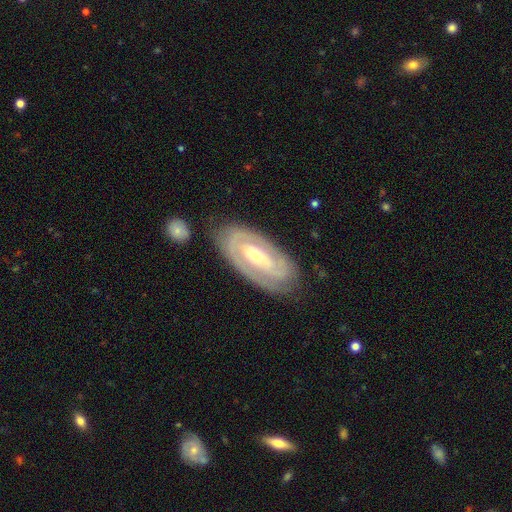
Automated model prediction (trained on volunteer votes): A featured or disk galaxy (83%) with a weak bar (37%), 2 (57%) tight (70%) spiral arms (88%) and a moderate central bulge (56%).

Vote fractions:
- Smooth or featured? featured or disk: 83% / smooth: 12% / star or artifact: 5%
- Edge-on disk? no: 93% / yes: 7%
- Bar? weak: 37% / no: 35% / strong: 28%
- Spiral arms? yes: 88% / no: 12%
- Spiral winding? tight: 70% / medium: 23% / loose: 6%
- Spiral arm count? 2: 57% / can't tell: 25% / 3: 7% / 1: 6% / 4: 2% / more than 4: 2%
- Bulge size? moderate: 56% / small: 39% / large: 3% / none: 1% / dominant: 1%
- Merging? none: 79% / minor disturbance: 14% / major disturbance: 5% / merger: 2%